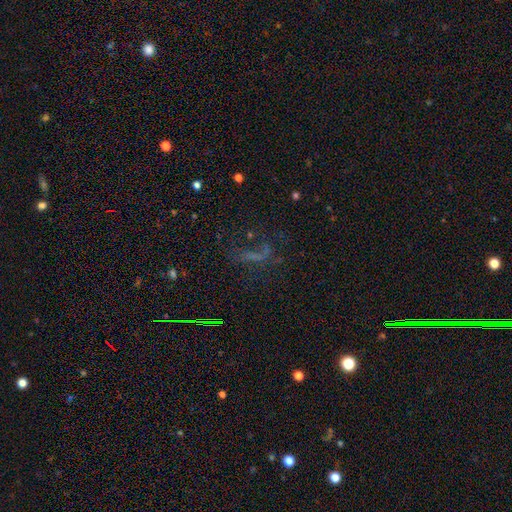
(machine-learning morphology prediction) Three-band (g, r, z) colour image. It shows a star or artifact, not a galaxy (42%).